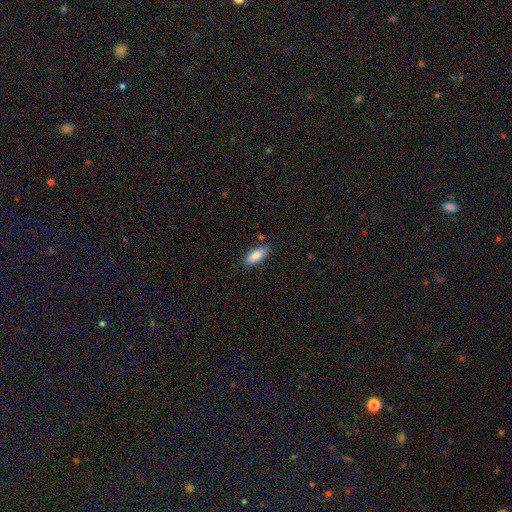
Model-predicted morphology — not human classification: A smooth galaxy with no disk features (84%) that is in between round and cigar-shaped (82%). Merging: none (79%).